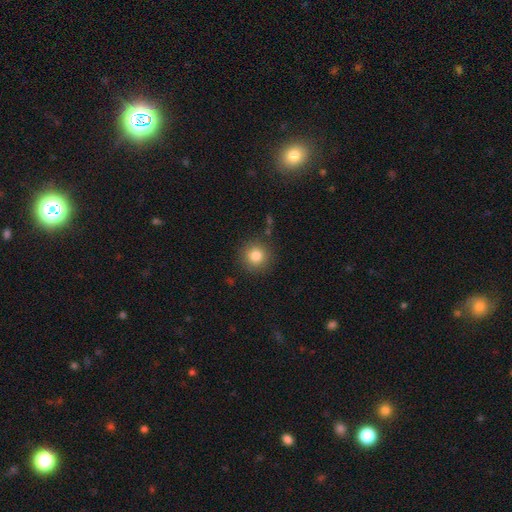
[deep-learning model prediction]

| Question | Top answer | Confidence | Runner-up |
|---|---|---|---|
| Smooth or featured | smooth | 82% | star or artifact (11%) |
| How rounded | round | 94% | in between (5%) |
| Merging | none | 88% | minor disturbance (7%) |